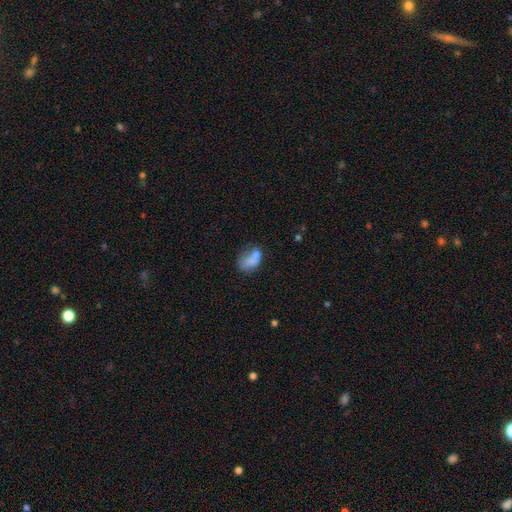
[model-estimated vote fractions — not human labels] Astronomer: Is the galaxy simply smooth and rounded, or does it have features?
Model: smooth — 70%.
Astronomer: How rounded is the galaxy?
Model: in between — 81%.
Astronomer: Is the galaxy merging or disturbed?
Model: none — 32% (runner-up: minor disturbance, 24%).